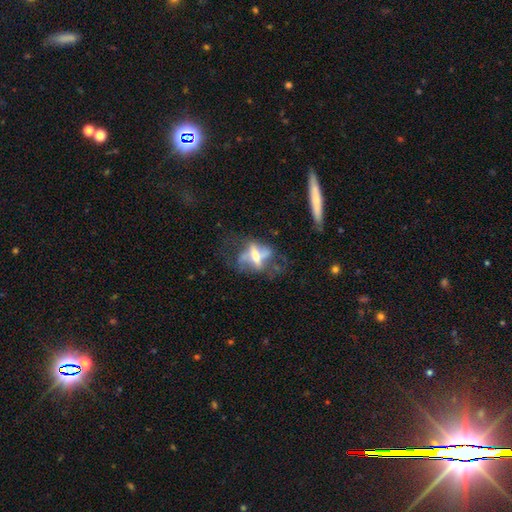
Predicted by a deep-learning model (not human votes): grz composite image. It shows a featured or disk galaxy (64%). Merging: none (38%).